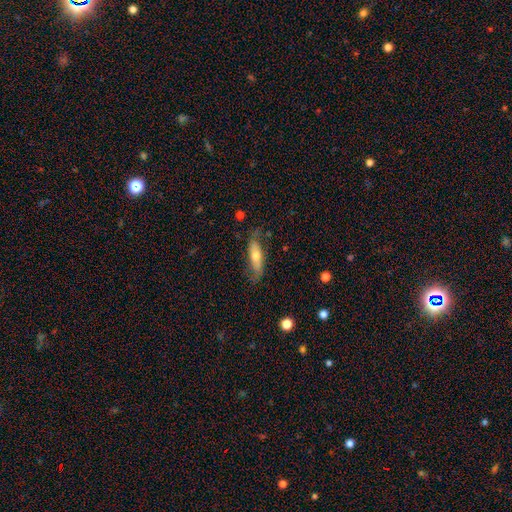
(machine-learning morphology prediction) Overall: smooth (55%; featured or disk 38%). How rounded: cigar-shaped (53%; in between 44%). Merging: none (66%).